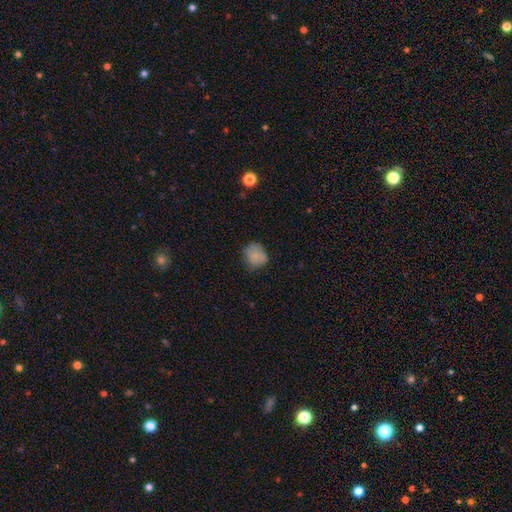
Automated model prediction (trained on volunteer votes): smooth_or_featured: smooth (p=0.80) [alt: star or artifact p=0.10]
how_rounded: round (p=0.74) [alt: in between p=0.25]
merging: none (p=0.65) [alt: minor disturbance p=0.27]